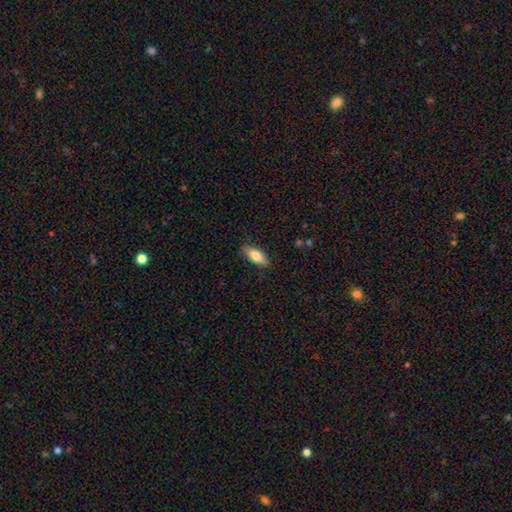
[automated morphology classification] The model was most divided on "how rounded": in between: 80%, cigar-shaped: 17%, round: 2%. More confident: merging — none (84%); smooth or featured — smooth (79%).